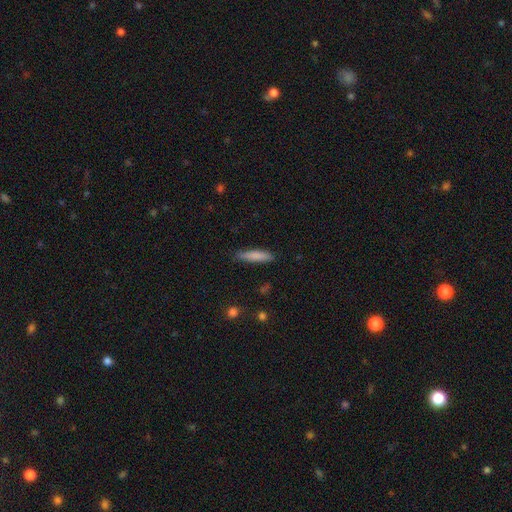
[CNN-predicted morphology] This is clearly a smooth galaxy (82%). How rounded: likely cigar-shaped (80%). Merging: clearly none (82%).